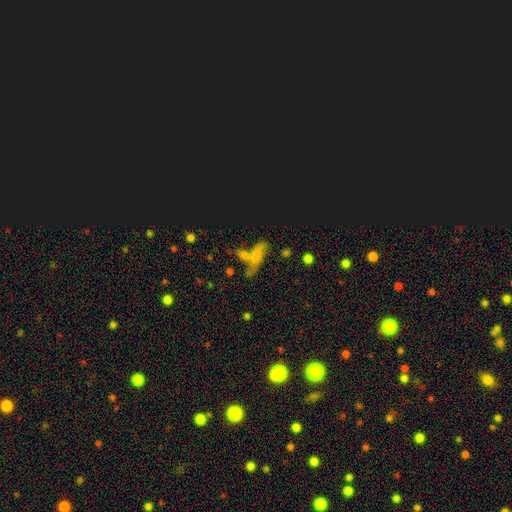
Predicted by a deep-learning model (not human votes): Smooth or featured?
  - smooth: 58% *
  - star or artifact: 23%
  - featured or disk: 19%
How rounded?
  - in between: 53% *
  - cigar-shaped: 38%
  - round: 10%
Merging?
  - none: 39% *
  - merger: 33%
  - minor disturbance: 16%
  - major disturbance: 12%